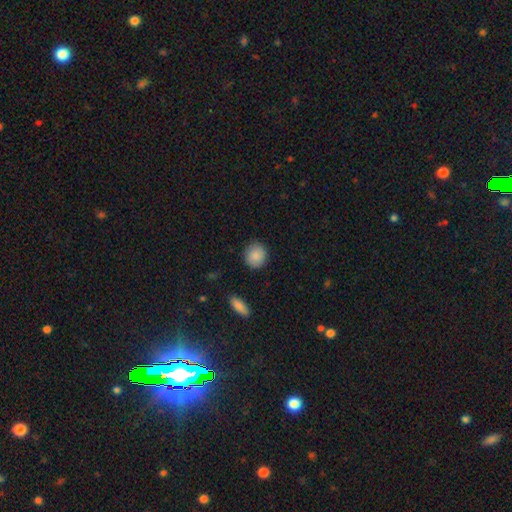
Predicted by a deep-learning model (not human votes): The model was most divided on "how rounded": round: 86%, in between: 12%, cigar-shaped: 1%. More confident: merging — none (89%); smooth or featured — smooth (89%).